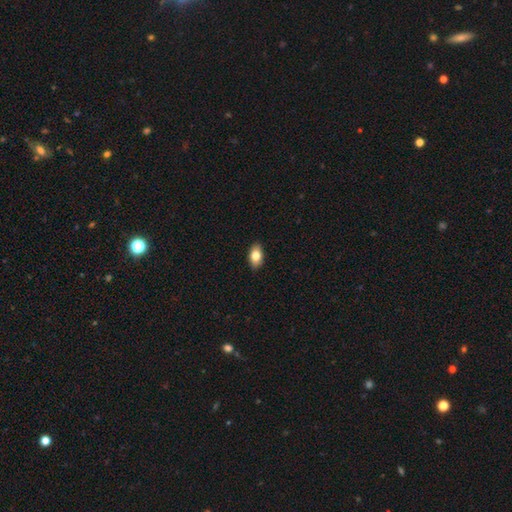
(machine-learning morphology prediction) This appears to be a smooth galaxy with no disk features (80%) that is in between round and cigar-shaped (90%). Merging: none (89%).